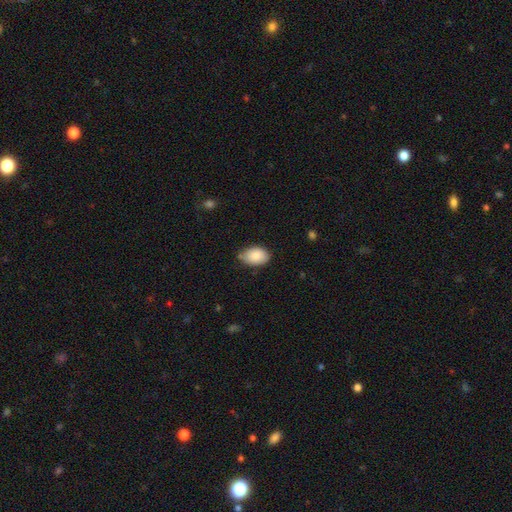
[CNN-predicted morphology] This is clearly a smooth galaxy (88%). How rounded: clearly in between (87%). Merging: likely none (73%).